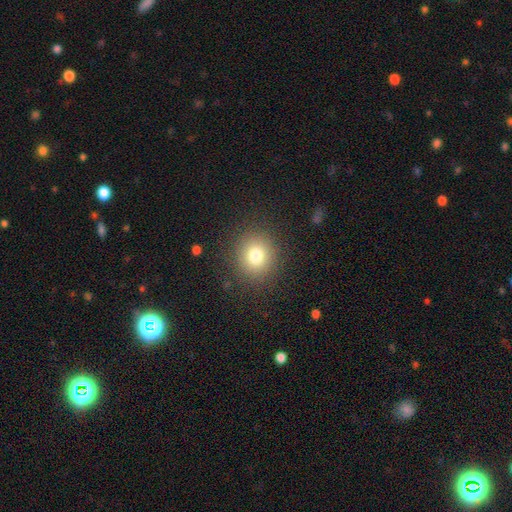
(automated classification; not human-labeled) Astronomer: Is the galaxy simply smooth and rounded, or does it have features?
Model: smooth — 79%.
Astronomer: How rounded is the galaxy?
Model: round — 81%.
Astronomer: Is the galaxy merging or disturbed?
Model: none — 87%.